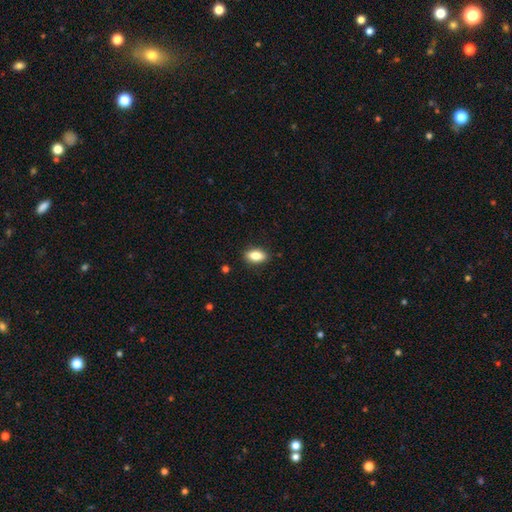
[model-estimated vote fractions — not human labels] A smooth galaxy with no disk features (85%) that is in between round and cigar-shaped (88%). Merging: none (87%).